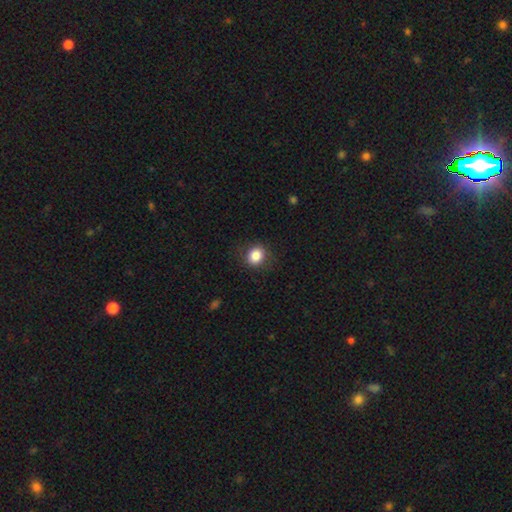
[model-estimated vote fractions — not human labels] Smooth or featured? smooth (85%)
How rounded? round (74%)
Merging? none (85%)